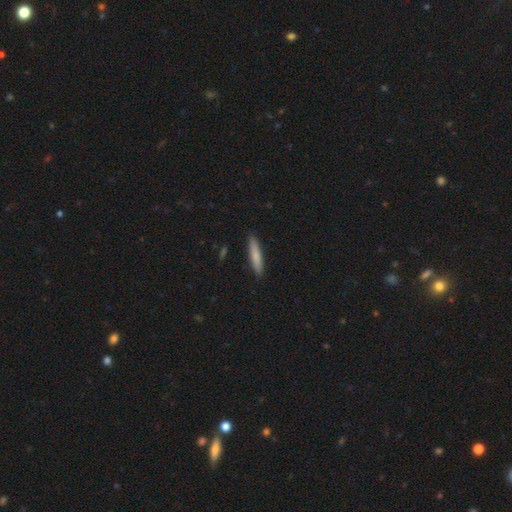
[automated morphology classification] Smooth or featured: smooth — 77% (featured or disk — 17%)
How rounded: cigar-shaped — 89% (in between — 10%)
Merging: none — 89% (minor disturbance — 8%)